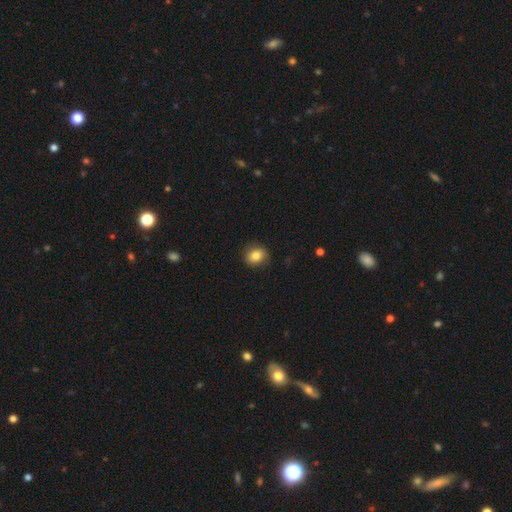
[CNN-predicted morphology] This is clearly a smooth galaxy (82%). How rounded: likely round (70%). Merging: clearly none (83%).